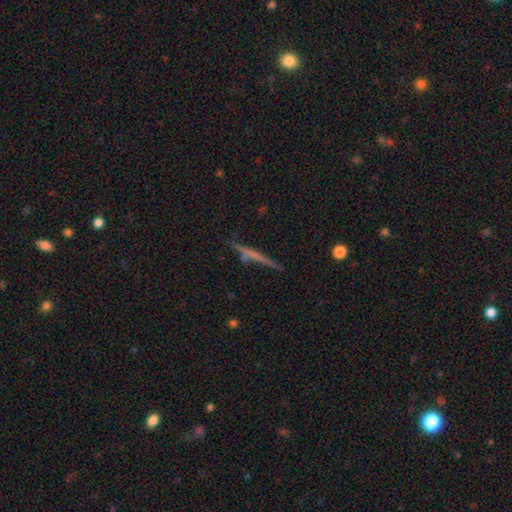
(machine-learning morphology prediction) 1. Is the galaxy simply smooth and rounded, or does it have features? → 52% featured or disk, 38% smooth, 9% star or artifact.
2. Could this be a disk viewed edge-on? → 95% yes, 5% no.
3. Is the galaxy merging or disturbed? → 78% none, 13% minor disturbance, 5% merger, 4% major disturbance.